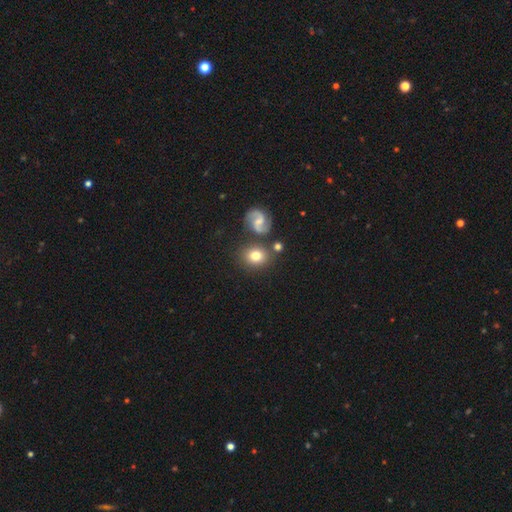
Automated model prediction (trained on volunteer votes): Q: Smooth or featured?
A: smooth (70%); runner-up: featured or disk (21%)
Q: How rounded?
A: round (74%); runner-up: in between (24%)
Q: Merging?
A: none (75%); runner-up: minor disturbance (11%)